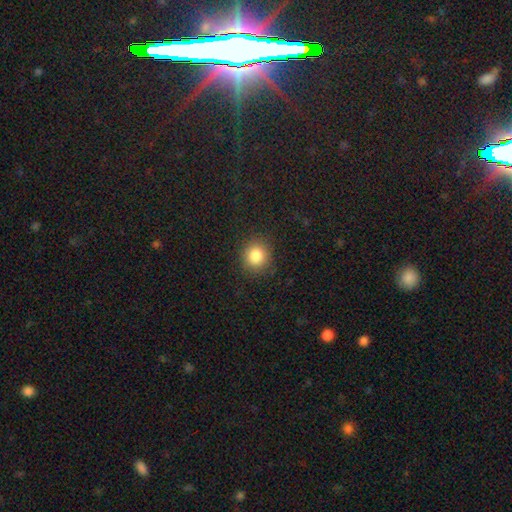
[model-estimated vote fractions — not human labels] This is clearly a smooth galaxy (85%). How rounded: clearly round (86%). Merging: clearly none (88%).